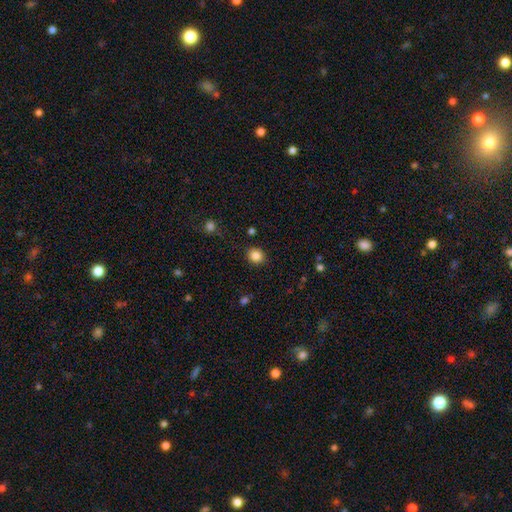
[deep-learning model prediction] A smooth galaxy with no disk features (84%) that is round (80%).

Vote fractions:
- Smooth or featured? smooth: 84% / star or artifact: 11% / featured or disk: 5%
- How rounded? round: 80% / in between: 19% / cigar-shaped: 1%
- Merging? none: 89% / minor disturbance: 8% / major disturbance: 2% / merger: 1%